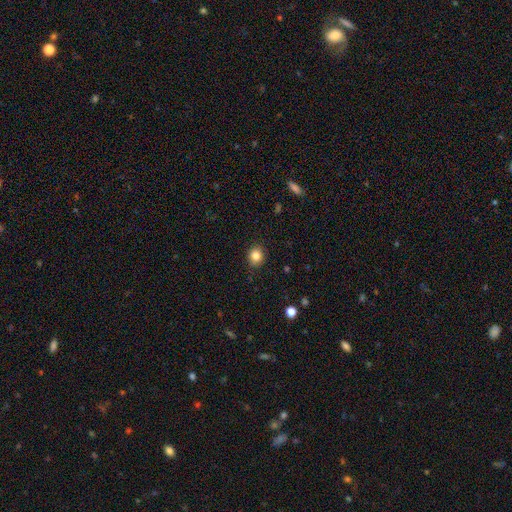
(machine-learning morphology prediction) This is clearly a smooth galaxy (84%). How rounded: likely round (75%). Merging: clearly none (87%).